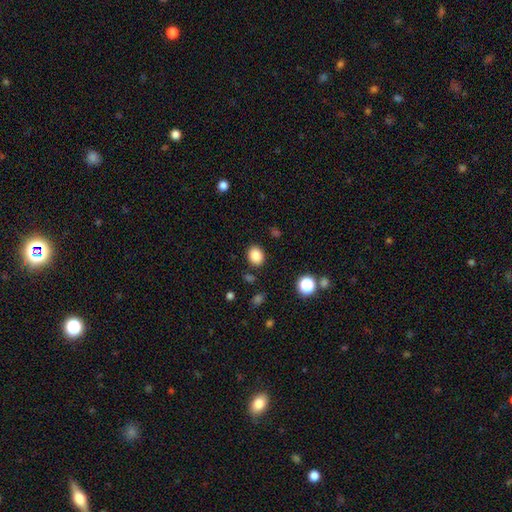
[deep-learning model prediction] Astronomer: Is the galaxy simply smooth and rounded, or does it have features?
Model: smooth — 85%.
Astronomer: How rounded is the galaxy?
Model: round — 52% (runner-up: in between, 47%).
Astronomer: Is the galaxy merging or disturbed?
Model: none — 87%.